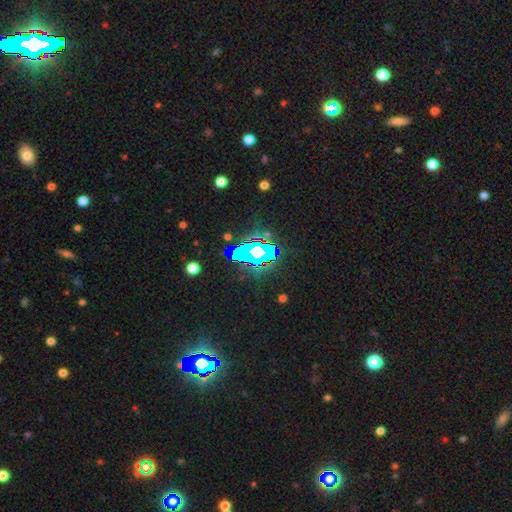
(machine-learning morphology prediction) This appears to be a star or artifact, not a galaxy (62%).